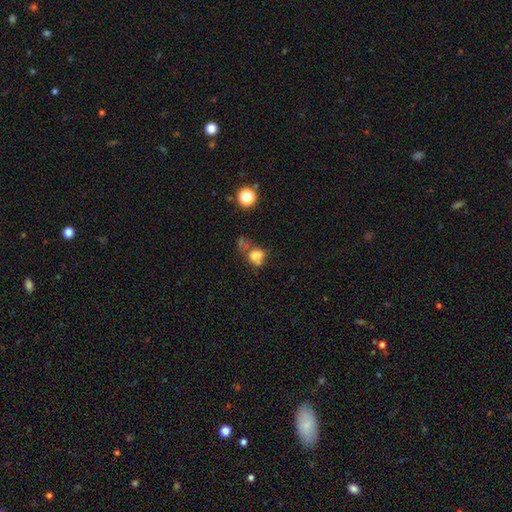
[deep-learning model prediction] Smooth or featured: smooth — 57% (featured or disk — 25%)
How rounded: in between — 57% (round — 41%)
Merging: merger — 47% (none — 21%)